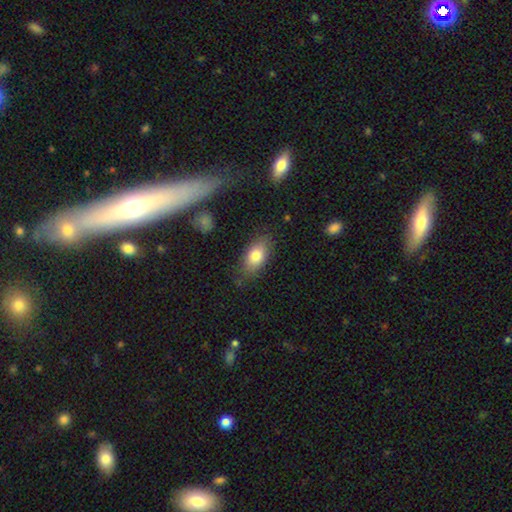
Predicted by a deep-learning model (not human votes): Smooth or featured? smooth (80%)
How rounded? in between (89%)
Merging? none (79%)